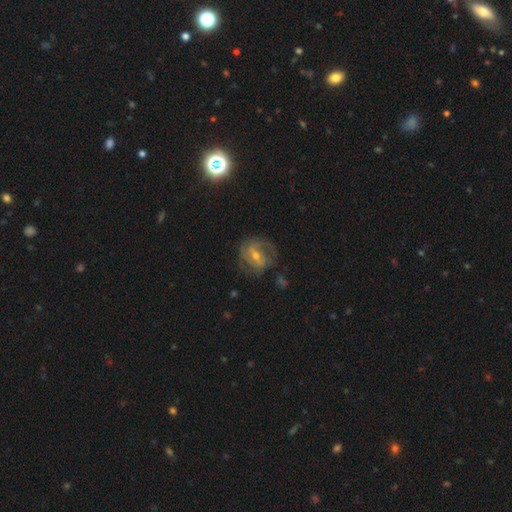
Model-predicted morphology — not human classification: Overall: featured or disk (70%). Edge-on disk: no (96%). Bar: weak (45%; strong 30%). Spiral arms: yes (83%). Spiral arm count: 2 (50%; can't tell 29%). Spiral winding: medium (44%; tight 39%). Bulge size: small (52%; moderate 43%). Merging: none (69%).